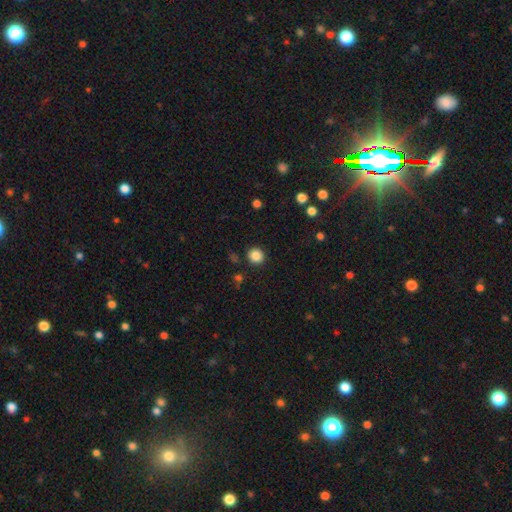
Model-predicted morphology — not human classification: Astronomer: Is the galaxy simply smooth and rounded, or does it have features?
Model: smooth — 86%.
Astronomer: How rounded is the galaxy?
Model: round — 92%.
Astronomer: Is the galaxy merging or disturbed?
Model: none — 91%.